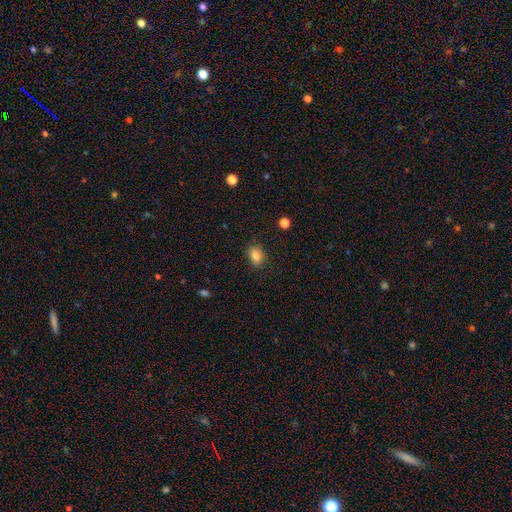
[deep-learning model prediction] A smooth galaxy with no disk features (84%) that is in between round and cigar-shaped (69%). Merging: none (84%).